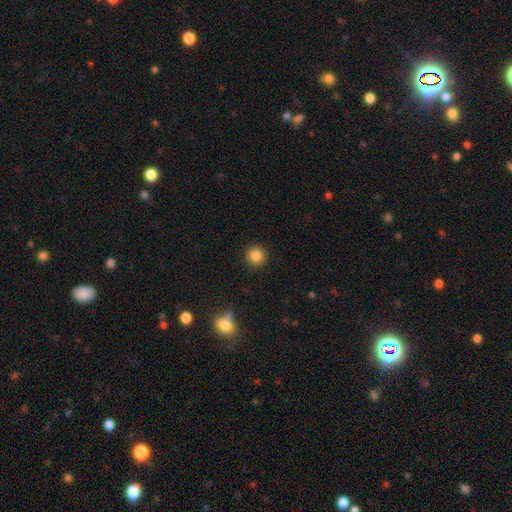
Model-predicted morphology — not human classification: Q: Smooth or featured?
A: smooth (85%); runner-up: star or artifact (11%)
Q: How rounded?
A: round (94%); runner-up: in between (5%)
Q: Merging?
A: none (91%); runner-up: minor disturbance (6%)